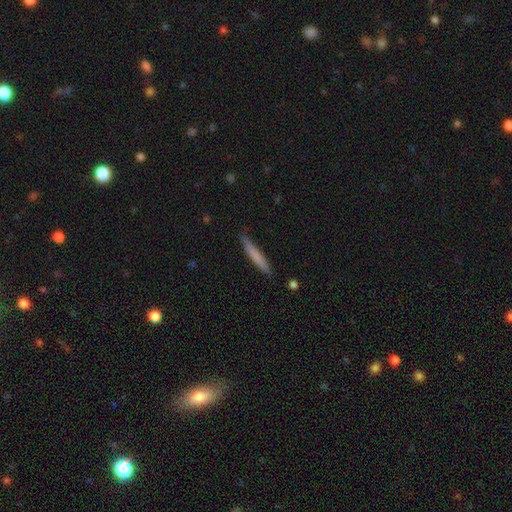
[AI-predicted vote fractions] This is likely a smooth galaxy (73%). How rounded: clearly cigar-shaped (95%). Merging: clearly none (85%).